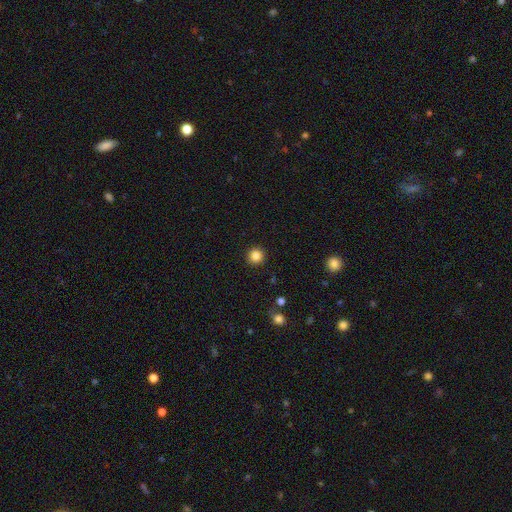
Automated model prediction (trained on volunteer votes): This appears to be a smooth galaxy with no disk features (85%) that is round (96%). Merging: none (92%).